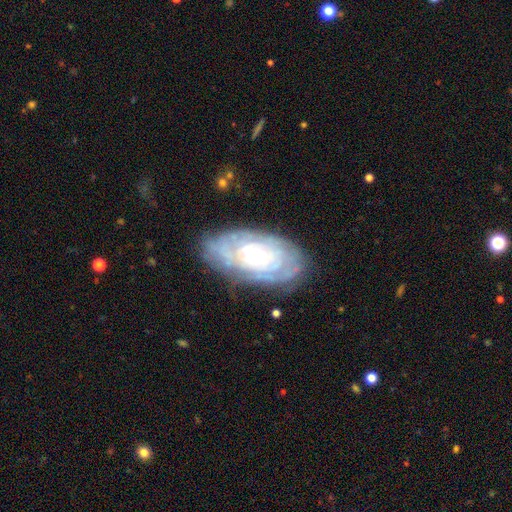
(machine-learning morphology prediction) A featured or disk galaxy (77%) with a weak bar (44%), tight (77%) spiral arms (78%) and a moderate central bulge (62%).

Vote fractions:
- Smooth or featured? featured or disk: 77% / smooth: 16% / star or artifact: 7%
- Edge-on disk? no: 90% / yes: 10%
- Bar? weak: 44% / strong: 29% / no: 27%
- Spiral arms? yes: 78% / no: 22%
- Spiral winding? tight: 77% / medium: 18% / loose: 5%
- Spiral arm count? can't tell: 63% / 2: 11% / 3: 7% / 4: 7% / more than 4: 7% / 1: 4%
- Bulge size? moderate: 62% / large: 18% / small: 16% / none: 2% / dominant: 2%
- Merging? none: 73% / minor disturbance: 19% / major disturbance: 6% / merger: 2%